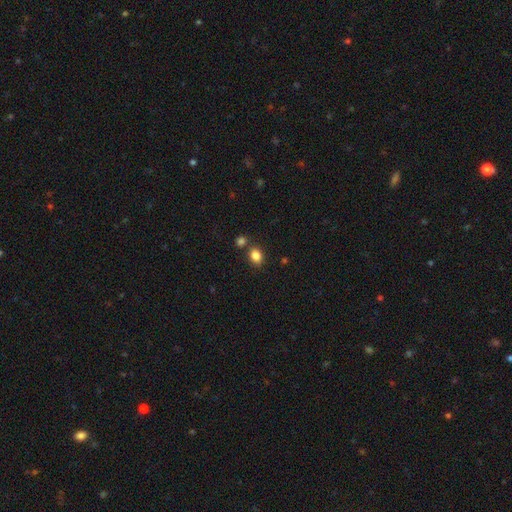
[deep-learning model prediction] This appears to be a smooth galaxy with no disk features (84%) that is in between round and cigar-shaped (58%). Merging: none (72%).